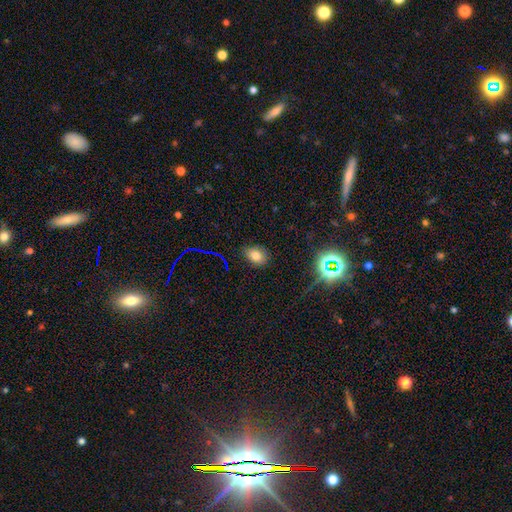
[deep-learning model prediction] The model was most divided on "how rounded": in between: 67%, round: 32%, cigar-shaped: 1%. More confident: merging — none (82%); smooth or featured — smooth (76%).